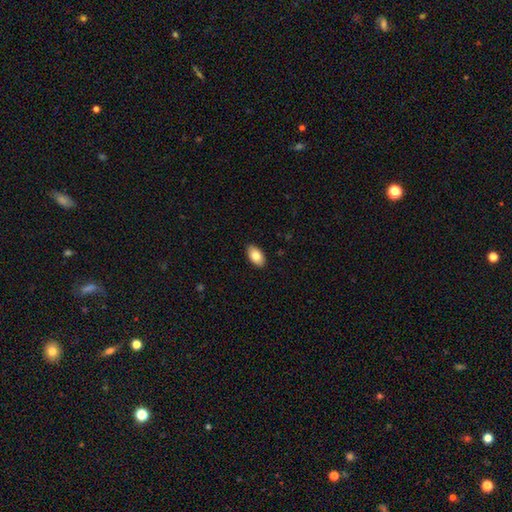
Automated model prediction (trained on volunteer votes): Smooth or featured? smooth (82%)
How rounded? in between (93%)
Merging? none (90%)